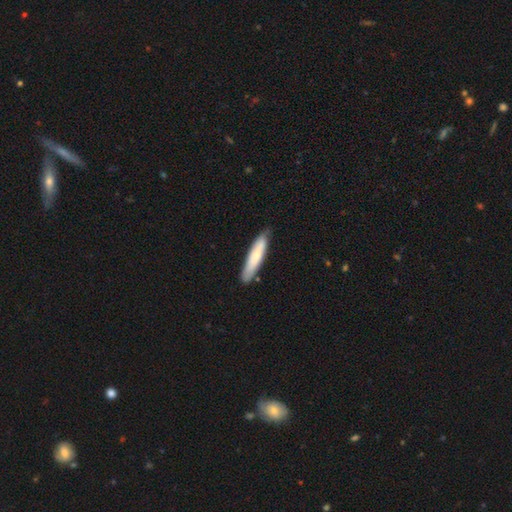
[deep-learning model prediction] A smooth galaxy with no disk features (72%) that is cigar-shaped (86%).

Vote fractions:
- Smooth or featured? smooth: 72% / featured or disk: 23% / star or artifact: 5%
- How rounded? cigar-shaped: 86% / in between: 13% / round: 1%
- Merging? none: 80% / minor disturbance: 16% / major disturbance: 2% / merger: 2%